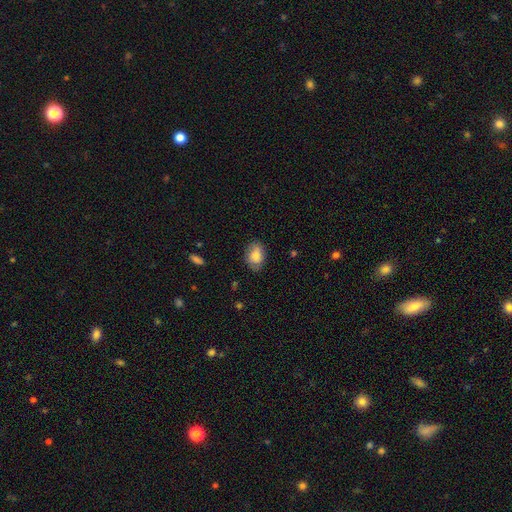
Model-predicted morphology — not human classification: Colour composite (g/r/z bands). It shows a smooth galaxy with no disk features (74%) that is in between round and cigar-shaped (81%). Merging: none (75%).